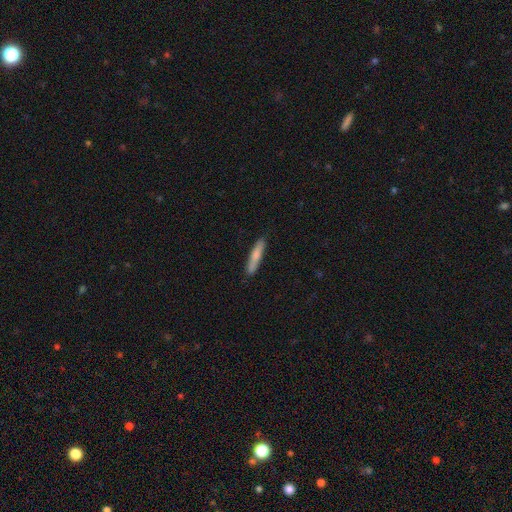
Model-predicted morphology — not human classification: Smooth or featured? smooth (74%)
How rounded? cigar-shaped (90%)
Merging? none (86%)